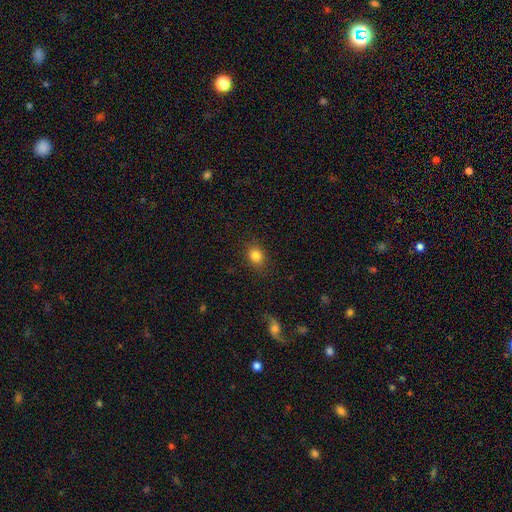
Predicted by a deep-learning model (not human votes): Smooth or featured? smooth (83%)
How rounded? round (56%)
Merging? none (85%)